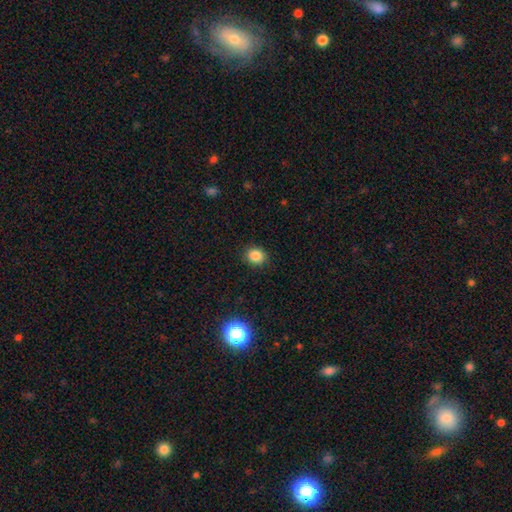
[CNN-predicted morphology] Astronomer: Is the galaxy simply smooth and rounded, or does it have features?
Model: smooth — 84%.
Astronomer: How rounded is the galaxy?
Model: round — 73%.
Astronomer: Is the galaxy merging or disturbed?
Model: none — 88%.